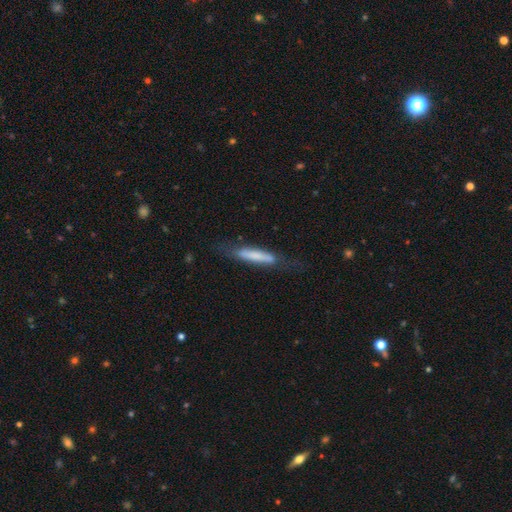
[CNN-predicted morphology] A smooth galaxy with no disk features (65%) that is cigar-shaped (90%). Merging: none (65%).